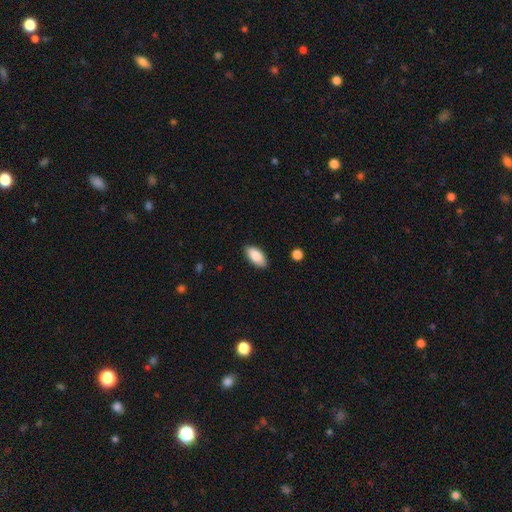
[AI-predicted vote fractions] A smooth galaxy with no disk features (89%) that is in between round and cigar-shaped (93%).

Vote fractions:
- Smooth or featured? smooth: 89% / star or artifact: 6% / featured or disk: 5%
- How rounded? in between: 93% / cigar-shaped: 5% / round: 2%
- Merging? none: 87% / minor disturbance: 10% / major disturbance: 2% / merger: 1%